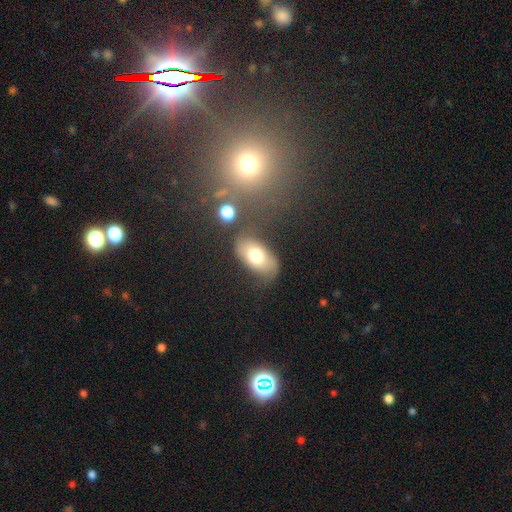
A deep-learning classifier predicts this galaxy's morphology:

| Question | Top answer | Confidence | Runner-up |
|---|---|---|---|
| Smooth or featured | smooth | 68% | featured or disk (23%) |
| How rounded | in between | 90% | round (8%) |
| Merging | none | 65% | minor disturbance (20%) |